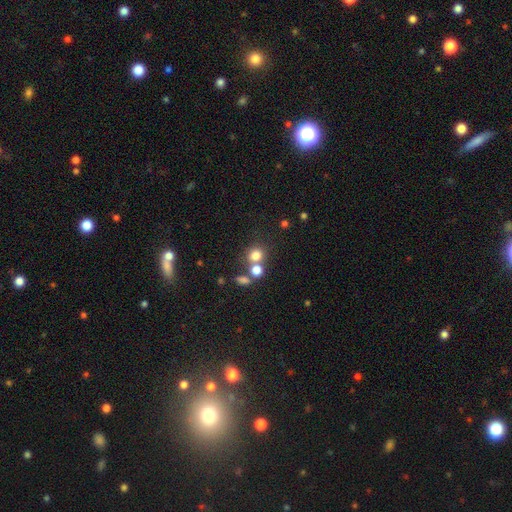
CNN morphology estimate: Smooth or featured? Predicted: smooth (p=0.76). How rounded? Predicted: round (p=0.81). Merging? Predicted: none (p=0.54).